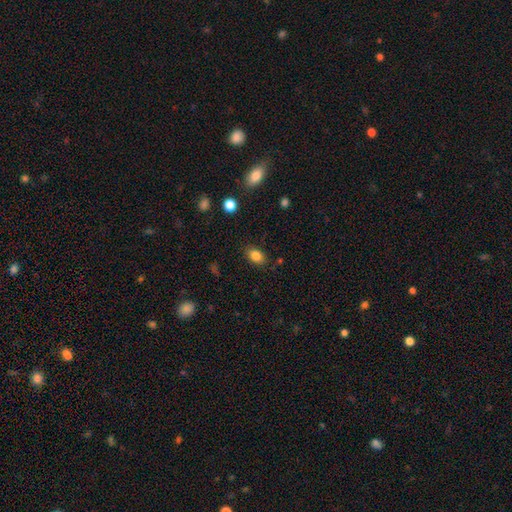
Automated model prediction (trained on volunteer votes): This appears to be a smooth galaxy with no disk features (84%) that is in between round and cigar-shaped (81%). Merging: none (83%).